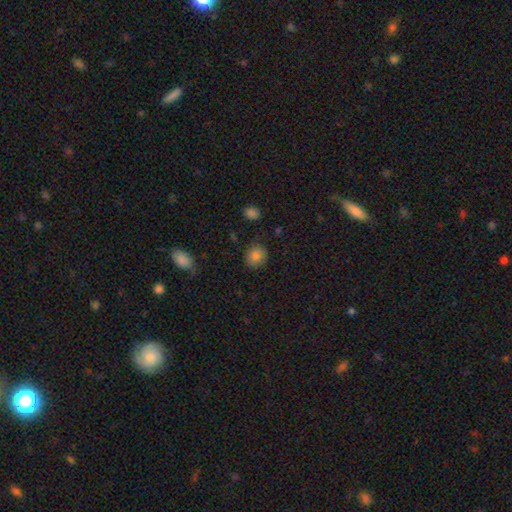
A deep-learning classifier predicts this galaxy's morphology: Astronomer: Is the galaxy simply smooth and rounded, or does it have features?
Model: smooth — 84%.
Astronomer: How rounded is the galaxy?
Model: round — 72%.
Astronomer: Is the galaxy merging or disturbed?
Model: none — 81%.